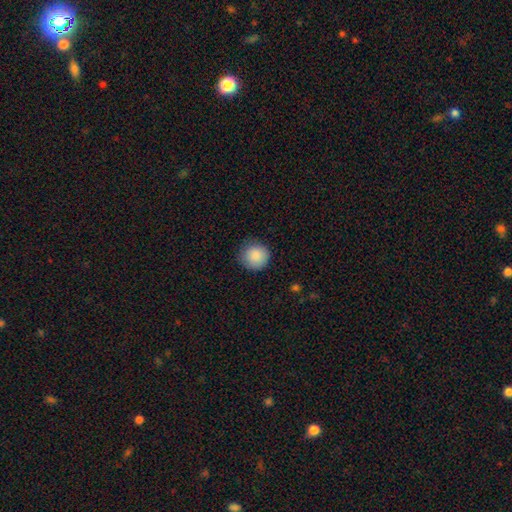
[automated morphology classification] type=smooth (88%); roundness=round (94%); merging=none (84%).